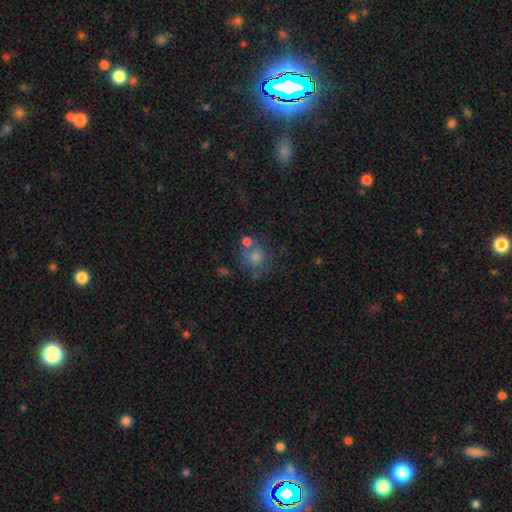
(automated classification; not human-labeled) Morphology: type=smooth (60%); roundness=round (80%); merging=none (57%).